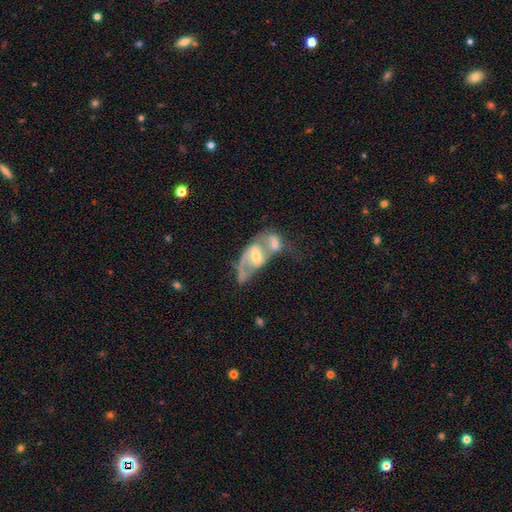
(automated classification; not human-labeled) Morphology: type=featured or disk (76%); edge-on=no (93%); bar=no (43%); spiral arms=yes (82%); winding=medium (42%); arm count=2 (63%); bulge=moderate (54%); merging=merger (68%).